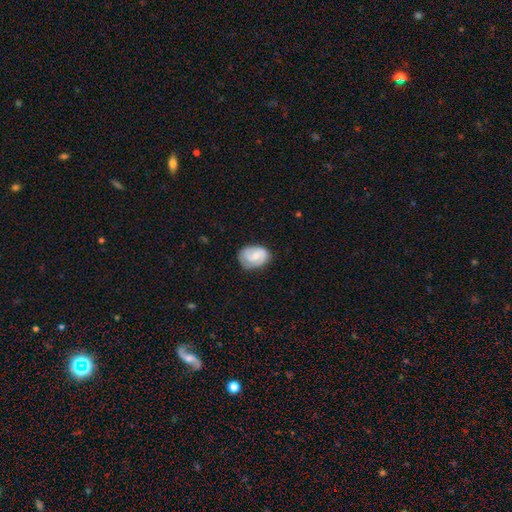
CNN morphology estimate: type=featured or disk (62%); edge-on=no (97%); bar=no (50%); spiral arms=yes (90%); winding=tight (44%); arm count=2 (71%); bulge=small (49%); merging=none (71%).